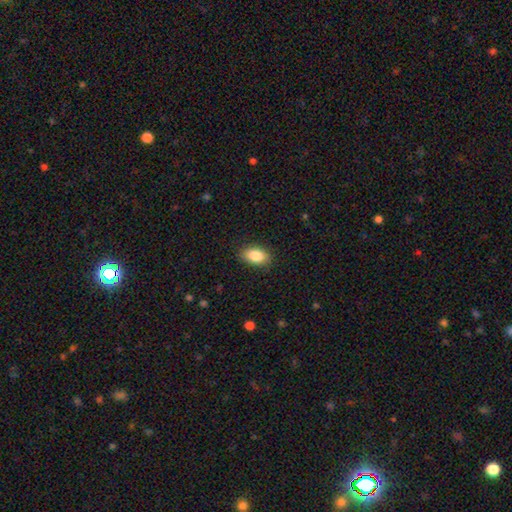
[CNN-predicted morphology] Smooth or featured: smooth — 85% (featured or disk — 8%)
How rounded: in between — 90% (round — 8%)
Merging: none — 87% (minor disturbance — 10%)